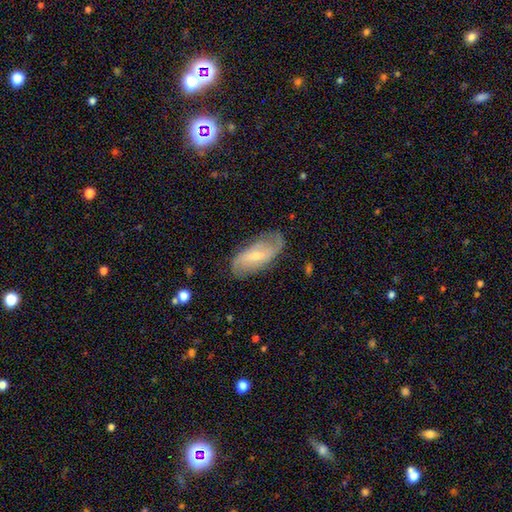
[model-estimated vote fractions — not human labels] smooth_or_featured: featured or disk (p=0.67) [alt: smooth p=0.27]
disk_edge_on: no (p=0.92) [alt: yes p=0.08]
bar: weak (p=0.49) [alt: no p=0.28]
has_spiral_arms: yes (p=0.87) [alt: no p=0.13]
spiral_winding: loose (p=0.42) [alt: medium p=0.37]
spiral_arm_count: 2 (p=0.73) [alt: can't tell p=0.16]
bulge_size: small (p=0.61) [alt: moderate p=0.33]
merging: none (p=0.69) [alt: minor disturbance p=0.22]